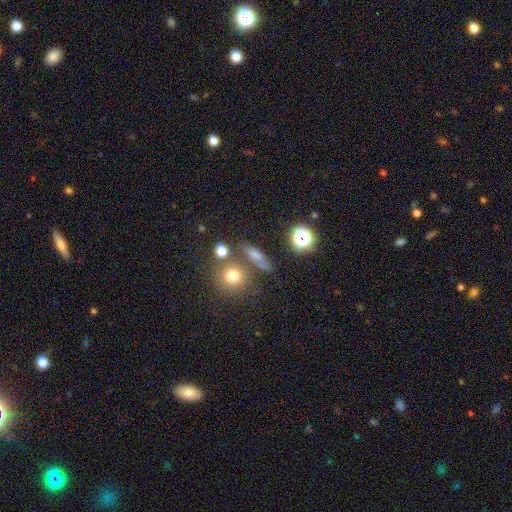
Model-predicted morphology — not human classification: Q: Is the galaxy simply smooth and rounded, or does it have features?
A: smooth — 66%.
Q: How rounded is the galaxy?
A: in between — 35%.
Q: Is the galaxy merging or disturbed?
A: none — 68%.